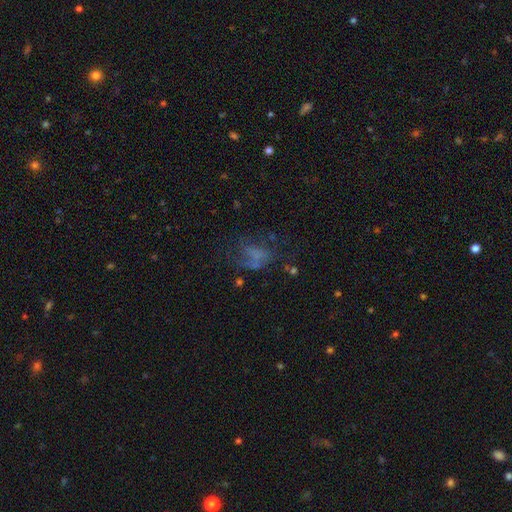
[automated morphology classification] The model was most divided on "merging": major disturbance: 41%, none: 36%, minor disturbance: 19%, merger: 5%. Remaining: smooth or featured — featured or disk (46%).